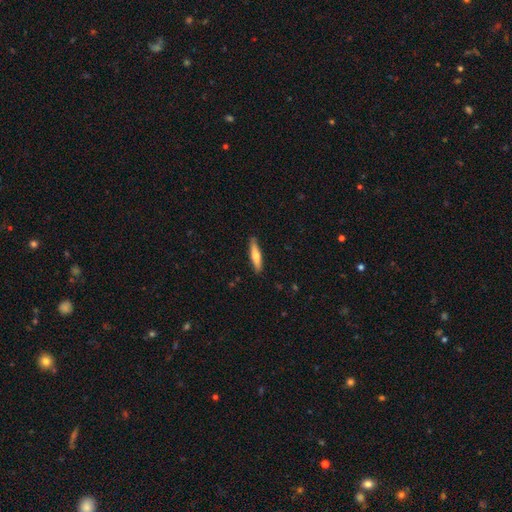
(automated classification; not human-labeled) Overall: smooth (62%; featured or disk 33%). How rounded: cigar-shaped (83%). Merging: none (88%).